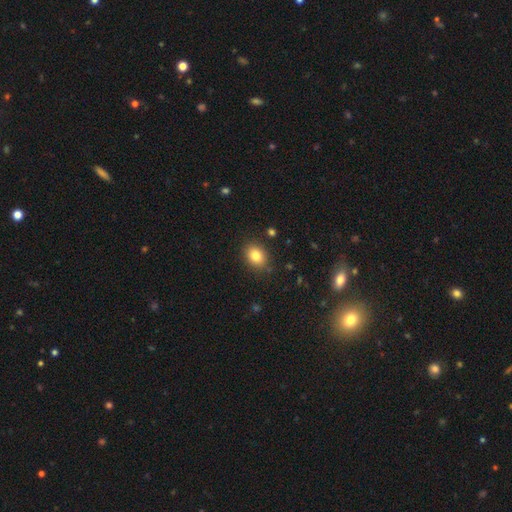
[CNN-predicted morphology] The model was most divided on "how rounded": in between: 54%, round: 45%, cigar-shaped: 1%. More confident: merging — none (86%); smooth or featured — smooth (83%).